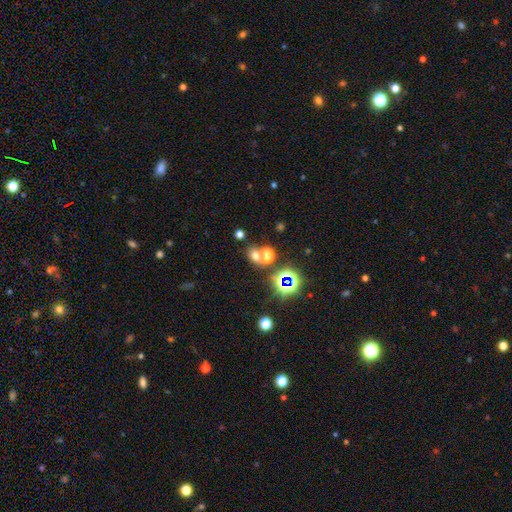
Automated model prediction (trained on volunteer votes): Smooth or featured? Predicted: smooth (p=0.55). How rounded? Predicted: round (p=0.61). Merging? Predicted: none (p=0.57).